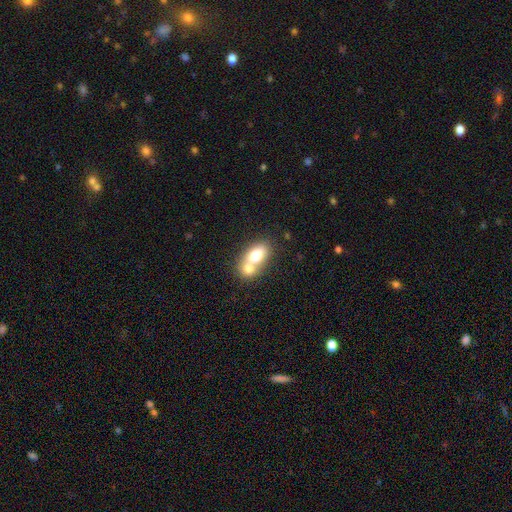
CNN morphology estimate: smooth-or-featured: smooth: 71% | featured or disk: 21% | star or artifact: 8%
  how-rounded: in between: 79% | round: 19% | cigar-shaped: 2%
  merging: merger: 66% | none: 23% | minor disturbance: 7% | major disturbance: 3%